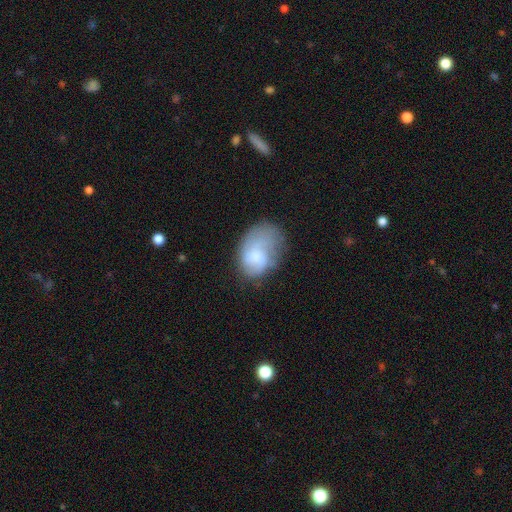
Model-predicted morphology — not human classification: This is possibly a smooth galaxy (56%). How rounded: likely in between (80%). Merging: marginally none (41%).